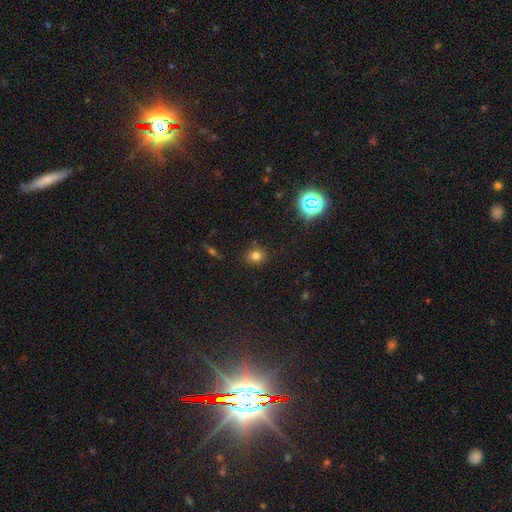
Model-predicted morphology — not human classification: smooth 77%, star or artifact 16%, featured or disk 7%. Down the decision tree: how rounded — round (66%); merging — none (85%).